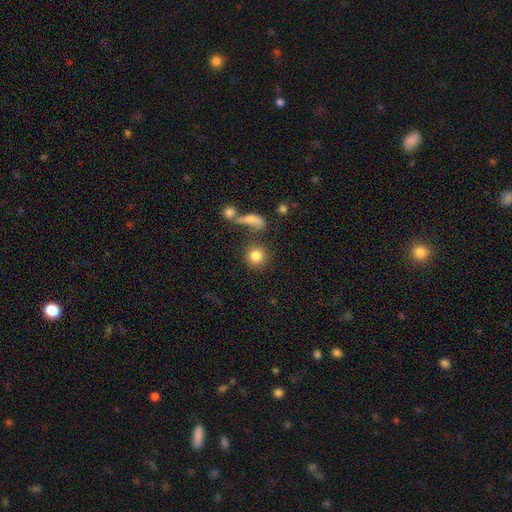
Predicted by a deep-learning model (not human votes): Q: Smooth or featured?
A: smooth (82%); runner-up: star or artifact (10%)
Q: How rounded?
A: round (89%); runner-up: in between (9%)
Q: Merging?
A: none (73%); runner-up: merger (12%)